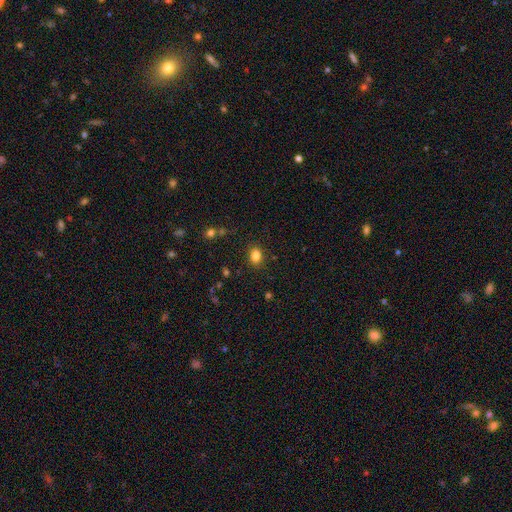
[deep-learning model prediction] This is clearly a smooth galaxy (83%). How rounded: likely in between (63%). Merging: clearly none (86%).